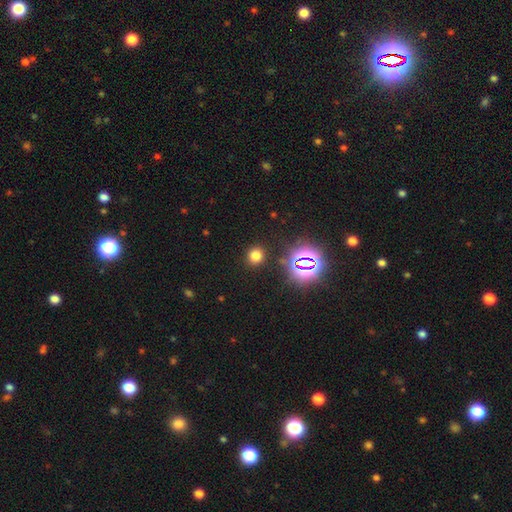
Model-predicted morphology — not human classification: smooth_or_featured: smooth (p=0.70) [alt: star or artifact p=0.24]
how_rounded: round (p=0.82) [alt: in between p=0.17]
merging: none (p=0.88) [alt: minor disturbance p=0.07]